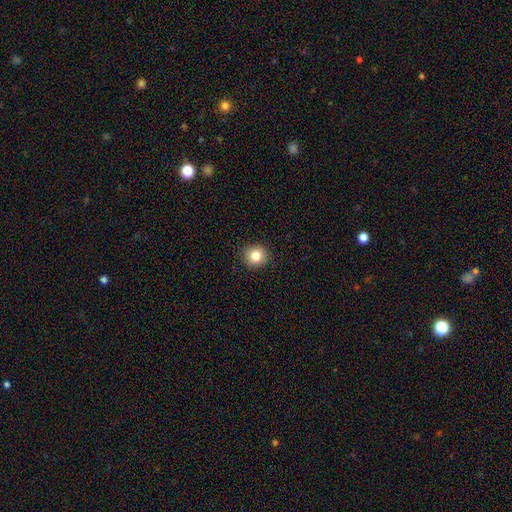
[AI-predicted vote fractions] This appears to be a smooth galaxy with no disk features (83%) that is round (90%). Merging: none (91%).